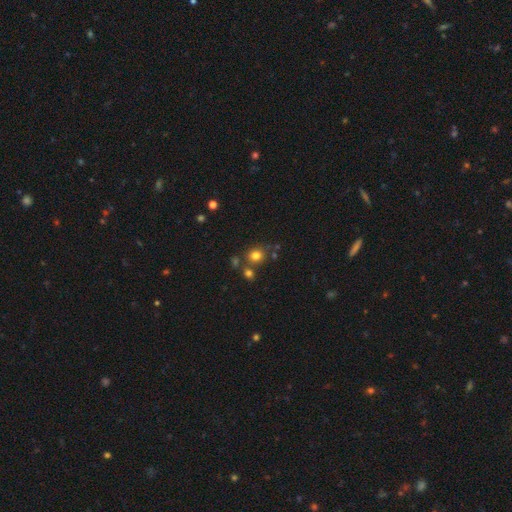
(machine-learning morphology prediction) A smooth galaxy with no disk features (77%) that is round (82%). Merging: none (71%).